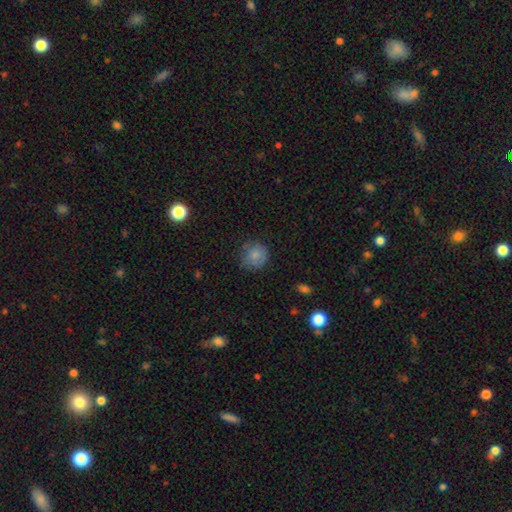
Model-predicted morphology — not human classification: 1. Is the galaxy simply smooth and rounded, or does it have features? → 79% smooth, 12% featured or disk, 9% star or artifact.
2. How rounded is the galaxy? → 81% round, 18% in between, 1% cigar-shaped.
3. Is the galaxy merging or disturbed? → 66% none, 25% minor disturbance, 7% major disturbance, 2% merger.